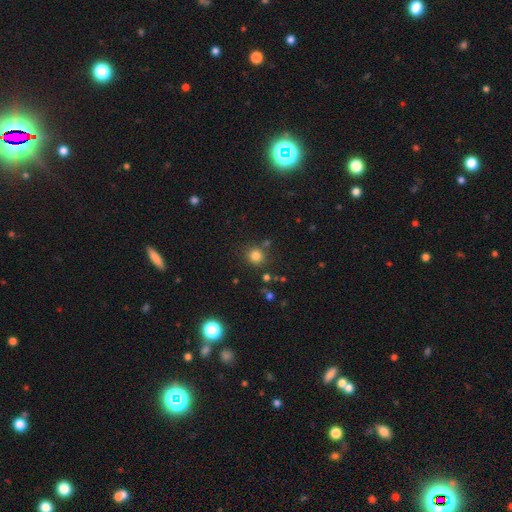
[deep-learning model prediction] The model was most divided on "smooth or featured": smooth: 80%, star or artifact: 15%, featured or disk: 6%. More confident: how rounded — round (89%); merging — none (80%).